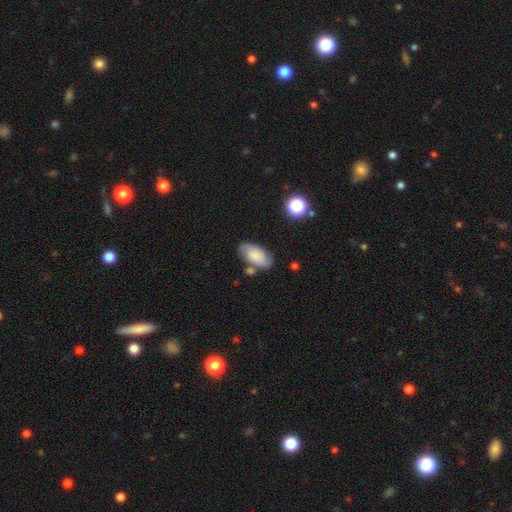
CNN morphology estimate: Q: Smooth or featured?
A: smooth (55%); runner-up: featured or disk (36%)
Q: How rounded?
A: in between (92%); runner-up: round (5%)
Q: Merging?
A: none (67%); runner-up: minor disturbance (18%)